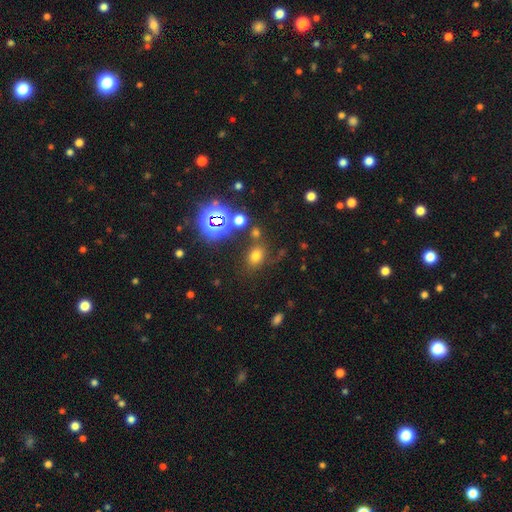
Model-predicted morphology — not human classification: smooth 65%, star or artifact 25%, featured or disk 9%. Down the decision tree: how rounded — in between (60%); merging — none (69%).